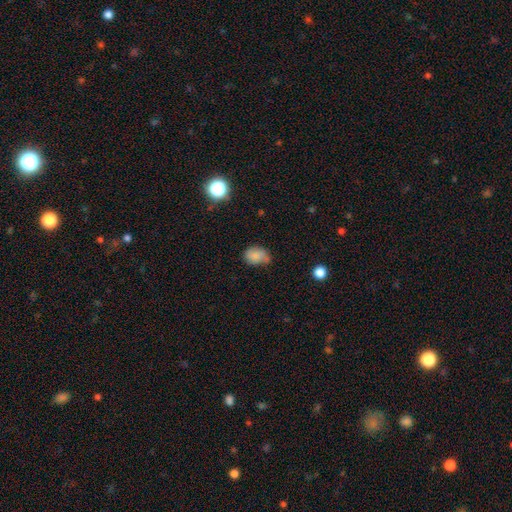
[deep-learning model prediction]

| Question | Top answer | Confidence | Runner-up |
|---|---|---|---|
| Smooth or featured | smooth | 81% | star or artifact (10%) |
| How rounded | in between | 73% | round (26%) |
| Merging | none | 50% | minor disturbance (36%) |